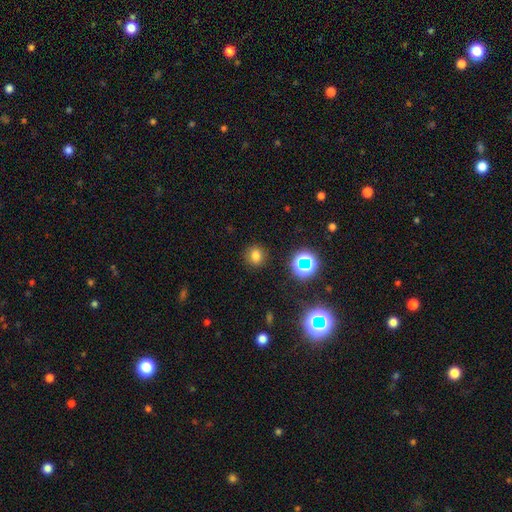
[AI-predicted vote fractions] A smooth galaxy with no disk features (75%) that is round (87%). Merging: none (90%).